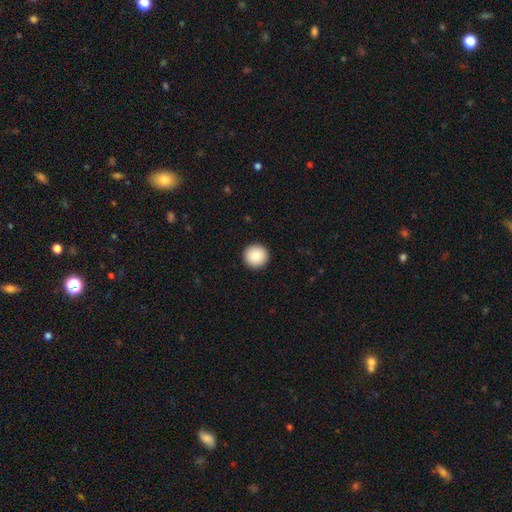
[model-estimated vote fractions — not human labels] The model was most divided on "smooth or featured": smooth: 88%, star or artifact: 7%, featured or disk: 5%. More confident: how rounded — round (96%); merging — none (94%).